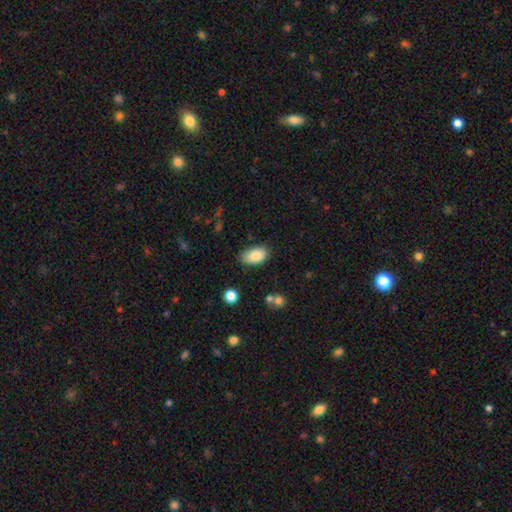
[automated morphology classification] Smooth or featured: smooth — 87% (star or artifact — 7%)
How rounded: in between — 94% (round — 4%)
Merging: none — 80% (minor disturbance — 15%)